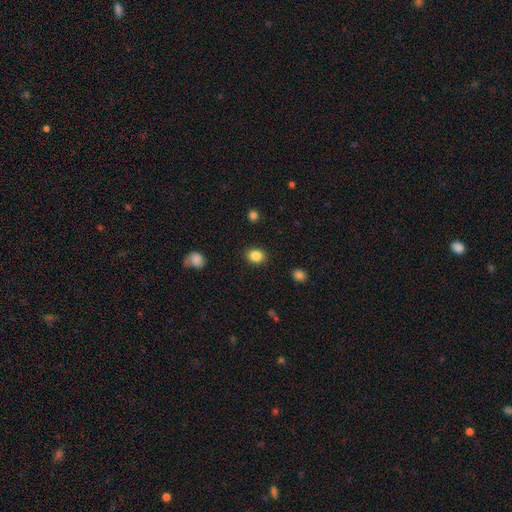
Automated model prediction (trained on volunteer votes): This appears to be a smooth galaxy with no disk features (86%) that is round (52%). Merging: none (88%).